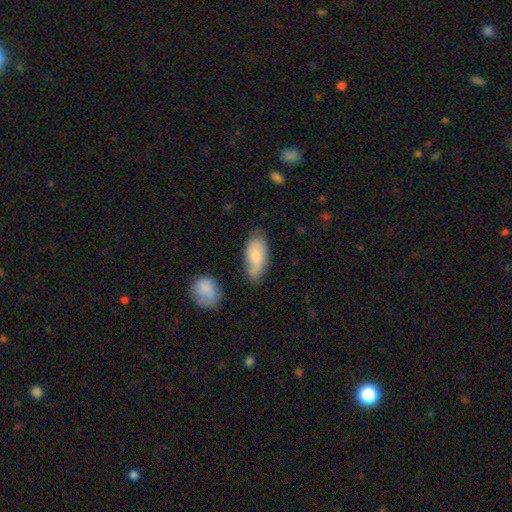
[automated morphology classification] Smooth or featured?
  - smooth: 64% *
  - featured or disk: 30%
  - star or artifact: 6%
How rounded?
  - in between: 90% *
  - cigar-shaped: 6%
  - round: 3%
Merging?
  - none: 62% *
  - minor disturbance: 25%
  - major disturbance: 7%
  - merger: 6%